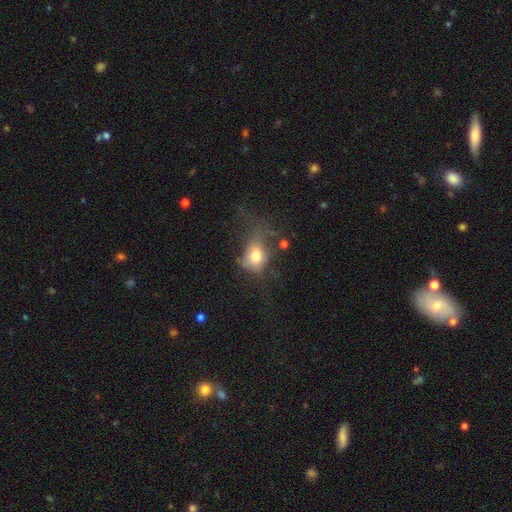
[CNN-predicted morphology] Smooth or featured: smooth — 70% (featured or disk — 18%)
How rounded: in between — 51% (round — 48%)
Merging: major disturbance — 37% (none — 32%)